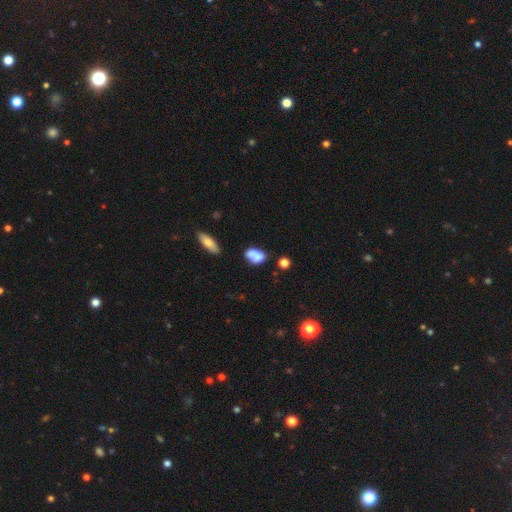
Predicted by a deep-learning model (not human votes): A smooth galaxy with no disk features (72%) that is in between round and cigar-shaped (76%).

Vote fractions:
- Smooth or featured? smooth: 72% / featured or disk: 19% / star or artifact: 9%
- How rounded? in between: 76% / round: 21% / cigar-shaped: 3%
- Merging? merger: 41% / none: 32% / minor disturbance: 17% / major disturbance: 10%